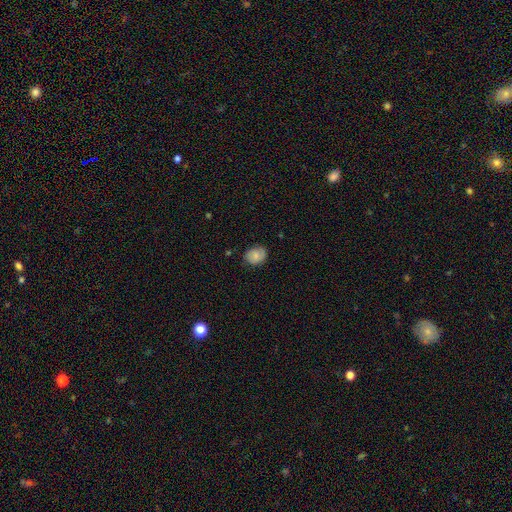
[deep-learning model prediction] Smooth or featured? smooth (68%)
How rounded? in between (53%)
Merging? none (77%)